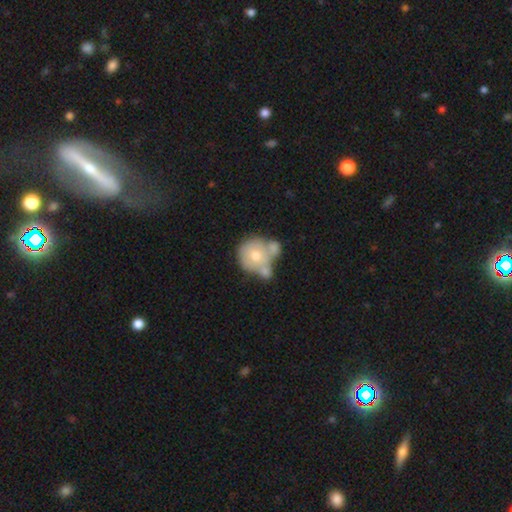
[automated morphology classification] smooth-or-featured: smooth: 58% | featured or disk: 35% | star or artifact: 7%
  how-rounded: round: 84% | in between: 15% | cigar-shaped: 1%
  merging: merger: 54% | none: 26% | minor disturbance: 13% | major disturbance: 7%